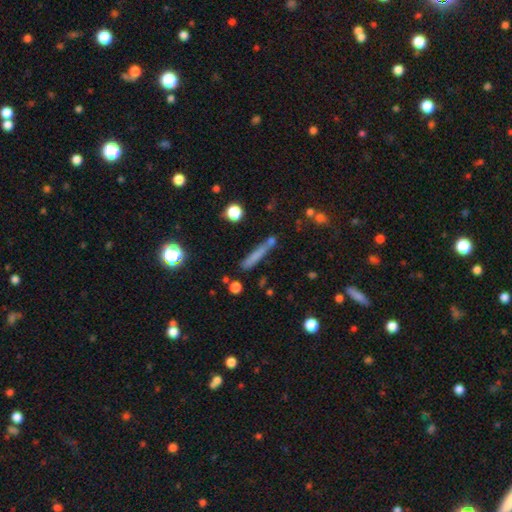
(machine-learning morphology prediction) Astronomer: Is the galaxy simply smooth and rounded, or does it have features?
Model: smooth — 66%.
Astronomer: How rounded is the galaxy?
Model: cigar-shaped — 91%.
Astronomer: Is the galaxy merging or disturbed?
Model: none — 69%.